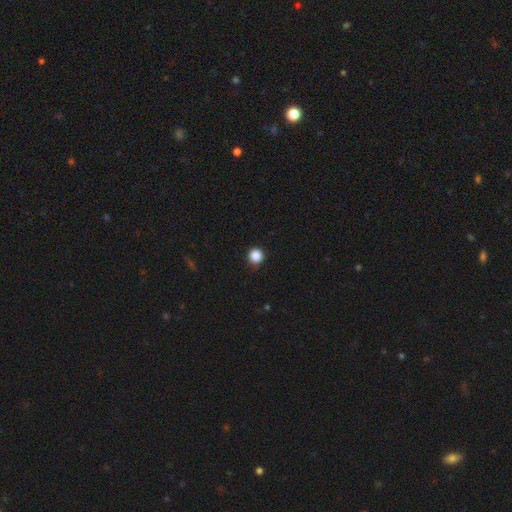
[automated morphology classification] A smooth galaxy with no disk features (87%) that is round (95%). Merging: none (90%).